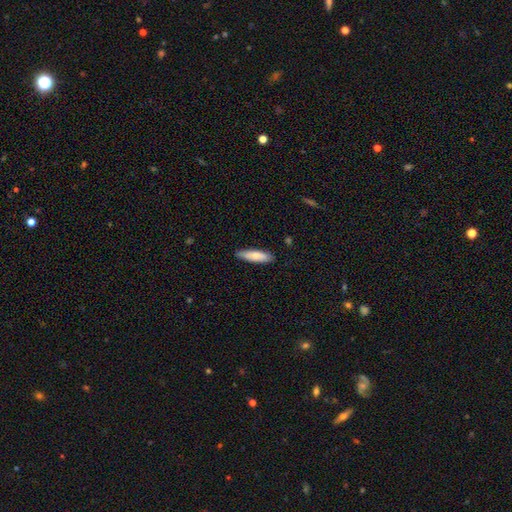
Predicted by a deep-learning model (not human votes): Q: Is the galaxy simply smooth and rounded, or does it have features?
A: smooth — 76%.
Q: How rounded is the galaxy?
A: cigar-shaped — 62%.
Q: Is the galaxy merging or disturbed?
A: none — 85%.